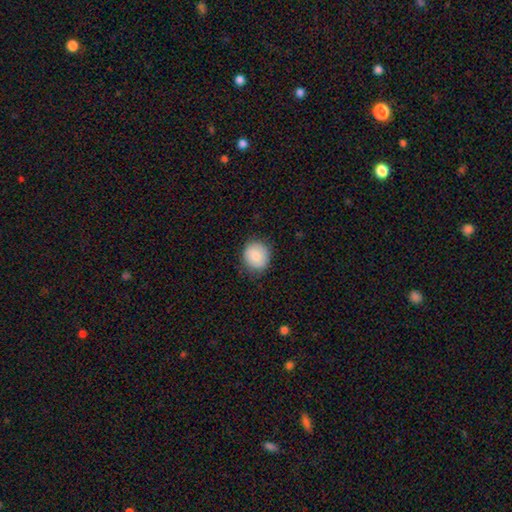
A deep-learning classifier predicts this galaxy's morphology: smooth 84%, featured or disk 9%, star or artifact 8%. Down the decision tree: how rounded — round (84%); merging — none (84%).